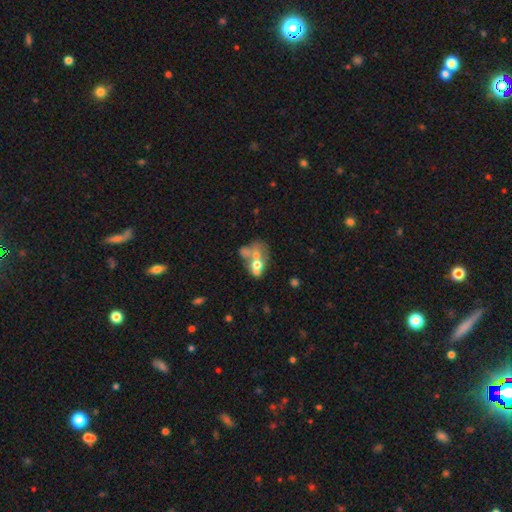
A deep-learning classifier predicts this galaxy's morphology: The model was most divided on "smooth or featured": featured or disk: 43%, smooth: 42%, star or artifact: 14%. More confident: merging — merger (62%).